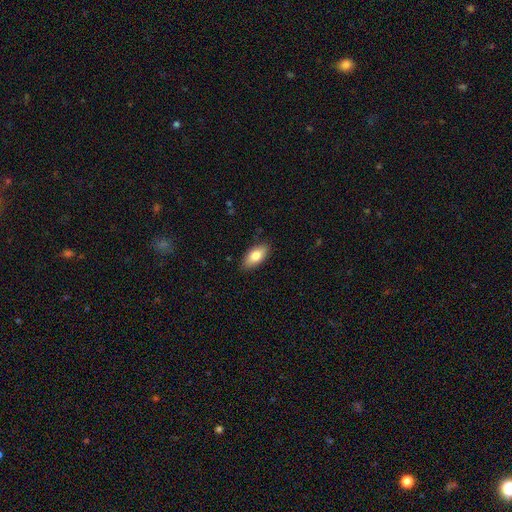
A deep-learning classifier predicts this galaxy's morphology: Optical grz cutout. It shows a smooth galaxy with no disk features (80%) that is in between round and cigar-shaped (90%). Merging: none (85%).